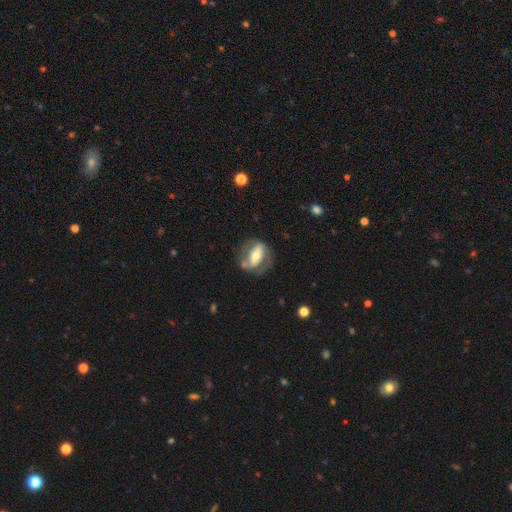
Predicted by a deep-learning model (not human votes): A featured or disk galaxy (68%) with a strong bar (58%), spiral arms (57%) and a moderate central bulge (58%). Merging: none (63%).